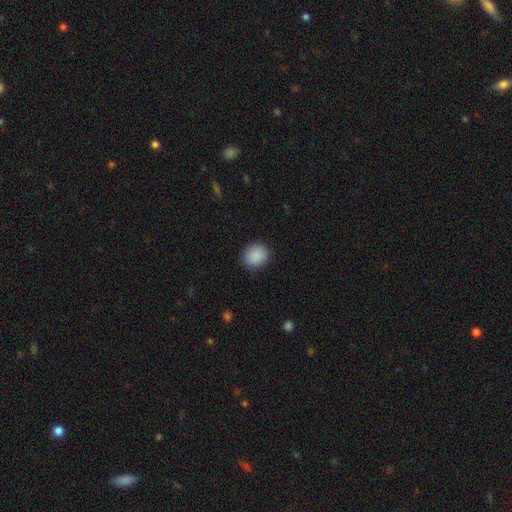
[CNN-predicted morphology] smooth-or-featured: smooth: 89% | star or artifact: 8% | featured or disk: 3%
  how-rounded: round: 72% | in between: 27% | cigar-shaped: 1%
  merging: none: 88% | minor disturbance: 9% | major disturbance: 3% | merger: 1%